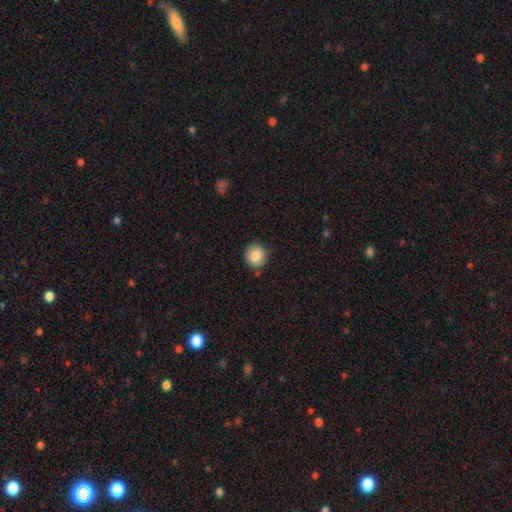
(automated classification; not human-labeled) smooth_or_featured: smooth (p=0.86) [alt: star or artifact p=0.08]
how_rounded: round (p=0.86) [alt: in between p=0.13]
merging: none (p=0.83) [alt: minor disturbance p=0.12]